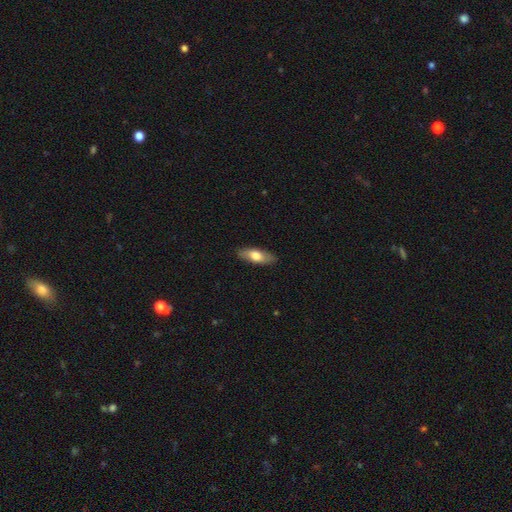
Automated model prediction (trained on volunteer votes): Q: Smooth or featured?
A: smooth (67%); runner-up: featured or disk (28%)
Q: How rounded?
A: in between (70%); runner-up: cigar-shaped (27%)
Q: Merging?
A: none (87%); runner-up: minor disturbance (10%)